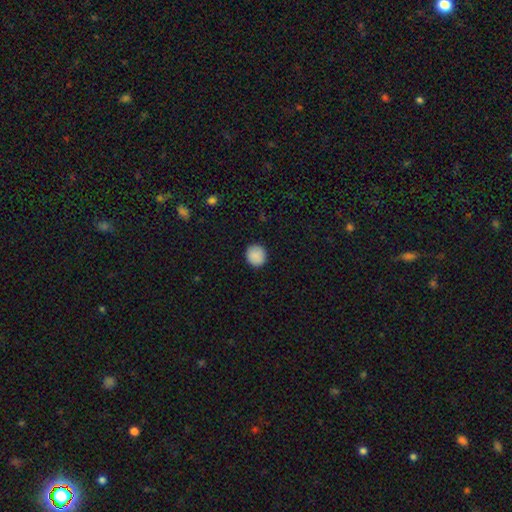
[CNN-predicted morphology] Smooth or featured? smooth (89%)
How rounded? round (91%)
Merging? none (92%)